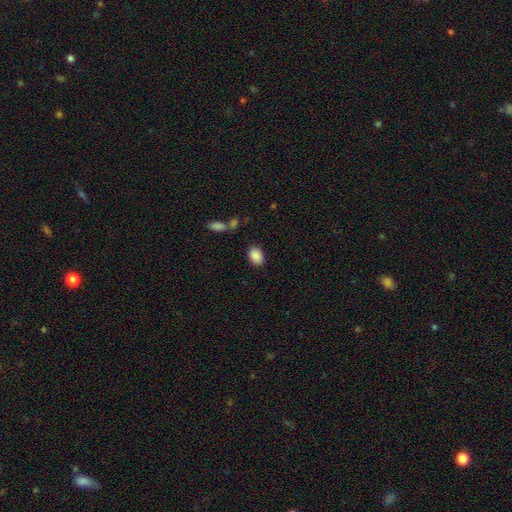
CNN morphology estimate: smooth_or_featured: smooth (p=0.89) [alt: star or artifact p=0.08]
how_rounded: in between (p=0.81) [alt: round p=0.17]
merging: none (p=0.83) [alt: minor disturbance p=0.11]